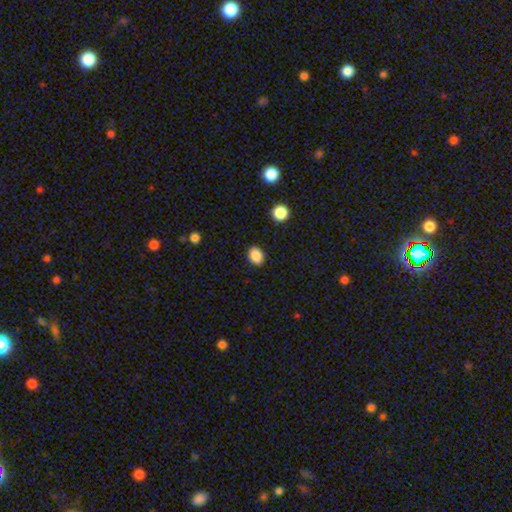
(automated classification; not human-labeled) Smooth or featured: smooth — 87% (star or artifact — 9%)
How rounded: in between — 58% (round — 41%)
Merging: none — 88% (minor disturbance — 8%)